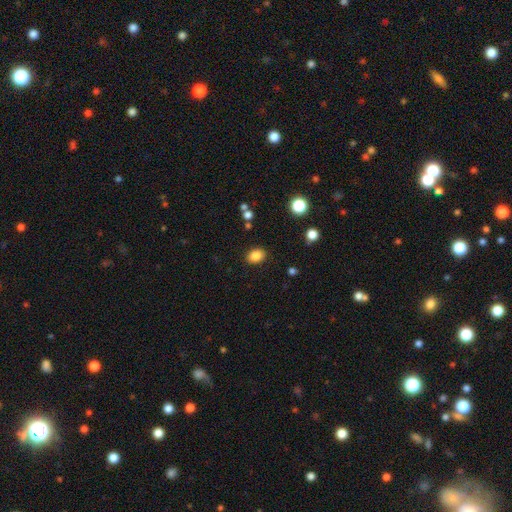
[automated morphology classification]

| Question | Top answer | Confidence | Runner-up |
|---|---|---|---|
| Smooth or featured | smooth | 85% | star or artifact (10%) |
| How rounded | in between | 68% | round (31%) |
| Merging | none | 87% | minor disturbance (9%) |